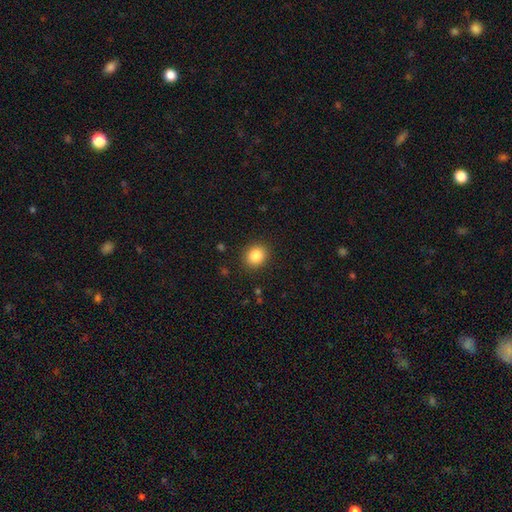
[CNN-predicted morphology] type=smooth (85%); roundness=round (74%); merging=none (89%).